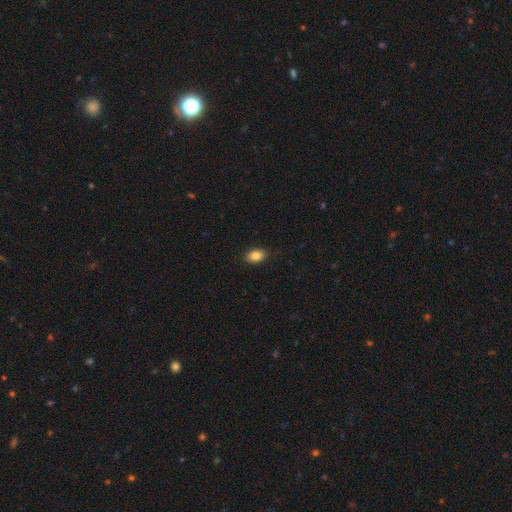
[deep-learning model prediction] Q: Smooth or featured?
A: smooth (86%); runner-up: star or artifact (8%)
Q: How rounded?
A: in between (88%); runner-up: round (11%)
Q: Merging?
A: none (88%); runner-up: minor disturbance (9%)